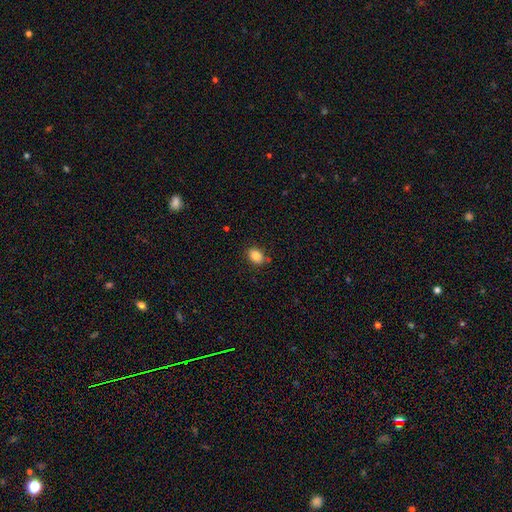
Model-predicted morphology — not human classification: This appears to be a smooth galaxy with no disk features (85%) that is in between round and cigar-shaped (78%). Merging: none (82%).